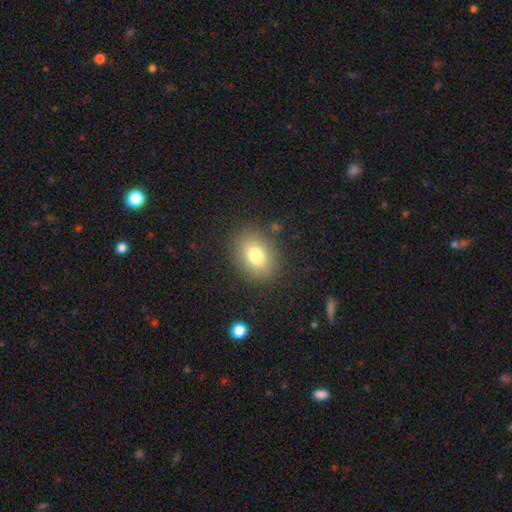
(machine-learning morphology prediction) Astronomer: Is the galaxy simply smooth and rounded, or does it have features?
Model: smooth — 78%.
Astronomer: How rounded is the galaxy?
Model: in between — 65%.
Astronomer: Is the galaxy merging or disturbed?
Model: none — 86%.